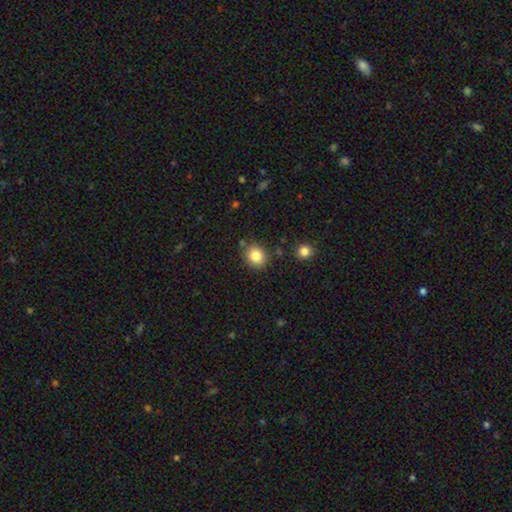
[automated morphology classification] smooth-or-featured: smooth: 84% | star or artifact: 9% | featured or disk: 6%
  how-rounded: round: 69% | in between: 30% | cigar-shaped: 1%
  merging: none: 82% | minor disturbance: 11% | merger: 5% | major disturbance: 3%